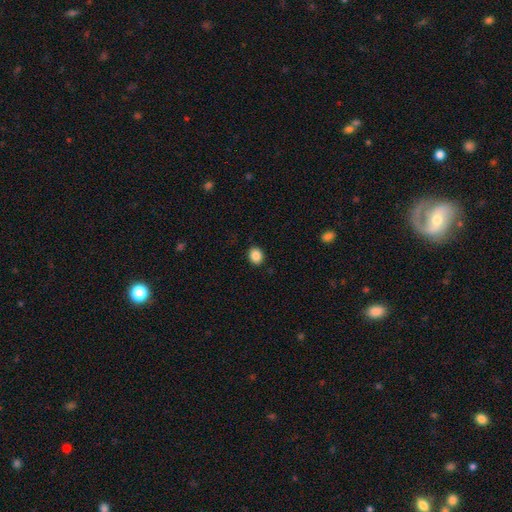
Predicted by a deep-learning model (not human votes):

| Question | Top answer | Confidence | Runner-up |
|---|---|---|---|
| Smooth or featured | smooth | 87% | star or artifact (9%) |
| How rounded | round | 67% | in between (32%) |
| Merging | none | 90% | minor disturbance (6%) |